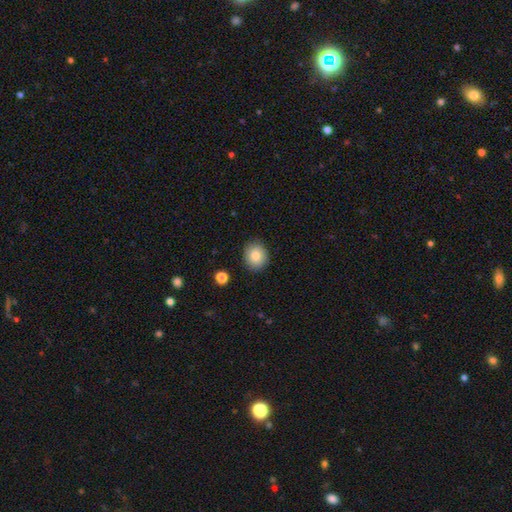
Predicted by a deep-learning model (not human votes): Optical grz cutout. It shows a smooth galaxy with no disk features (84%) that is round (69%). Merging: none (88%).